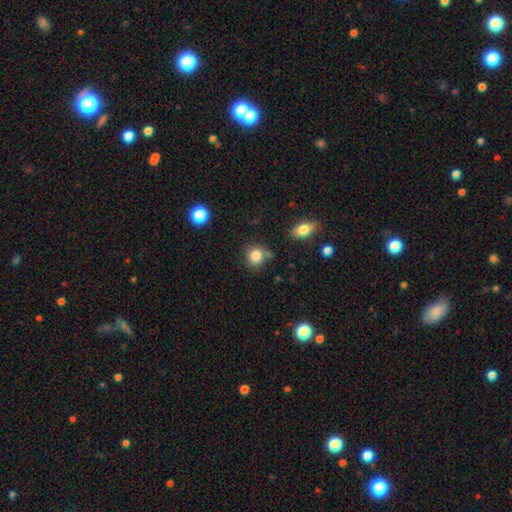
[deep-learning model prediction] A smooth galaxy with no disk features (84%) that is round (87%).

Vote fractions:
- Smooth or featured? smooth: 84% / star or artifact: 10% / featured or disk: 5%
- How rounded? round: 87% / in between: 12% / cigar-shaped: 1%
- Merging? none: 72% / minor disturbance: 16% / merger: 7% / major disturbance: 5%